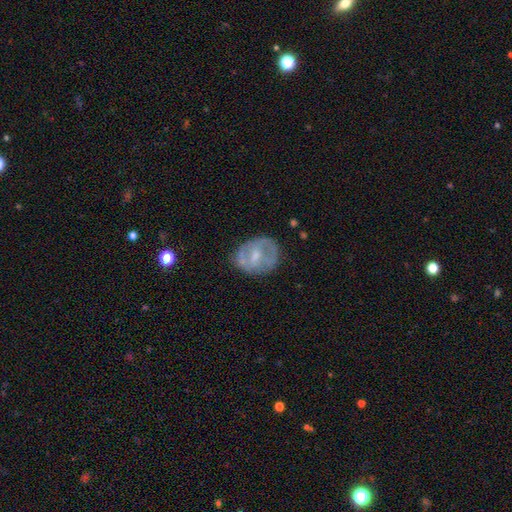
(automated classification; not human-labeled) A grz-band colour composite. It shows a featured or disk galaxy (55%) with no bar (42%, tied with weak), no spiral arms (66%) and a moderate central bulge (45%). Merging: none (65%).